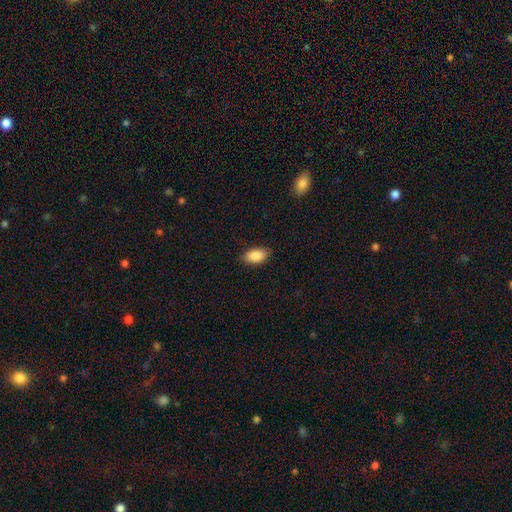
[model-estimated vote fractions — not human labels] smooth 89%, star or artifact 7%, featured or disk 4%. Down the decision tree: how rounded — in between (93%); merging — none (84%).